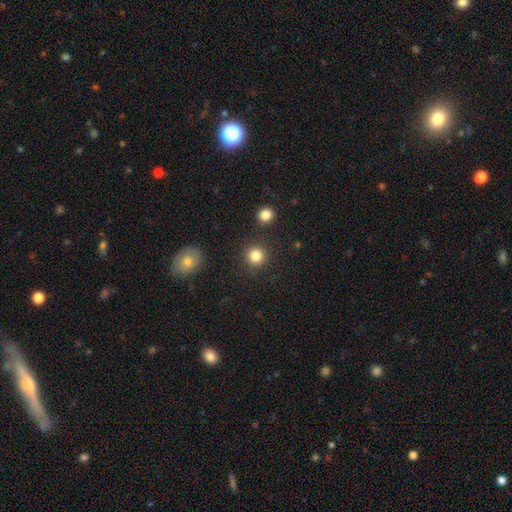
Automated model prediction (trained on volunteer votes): smooth 85%, star or artifact 11%, featured or disk 5%. Down the decision tree: how rounded — round (94%); merging — none (89%).